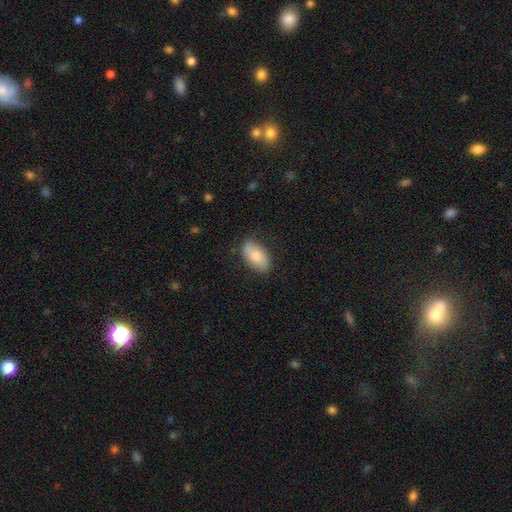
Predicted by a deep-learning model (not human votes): Morphology: type=smooth (72%); roundness=in between (93%); merging=none (82%).